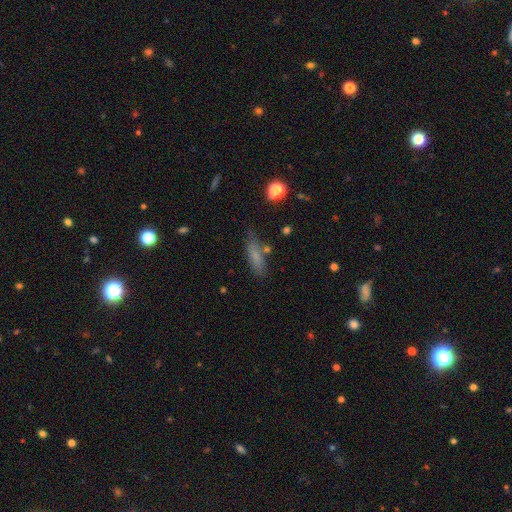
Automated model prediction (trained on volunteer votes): This appears to be a smooth galaxy with no disk features (74%) that is cigar-shaped (61%). Merging: none (71%).